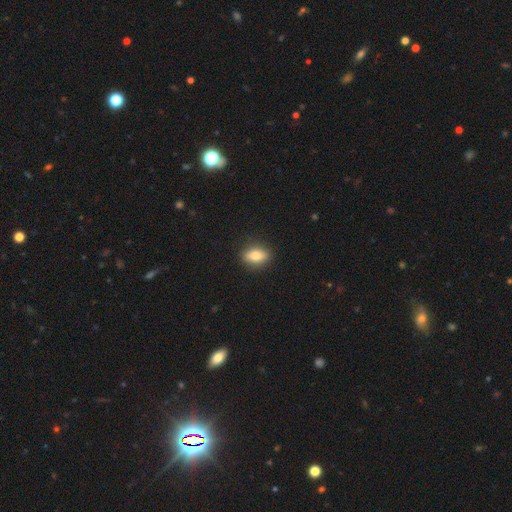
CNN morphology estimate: type=smooth (79%); roundness=in between (79%); merging=none (86%).